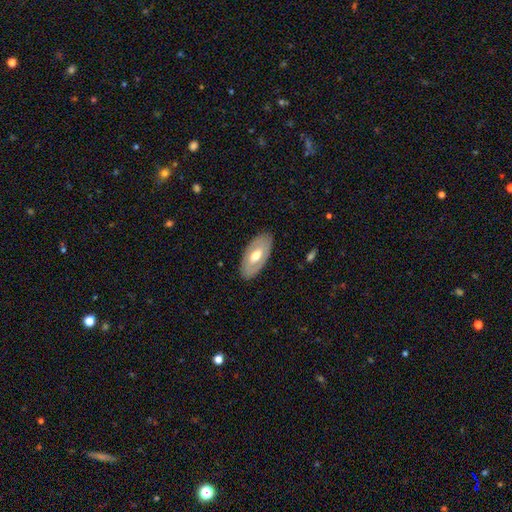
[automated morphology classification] A featured or disk galaxy (49%). Merging: none (85%).